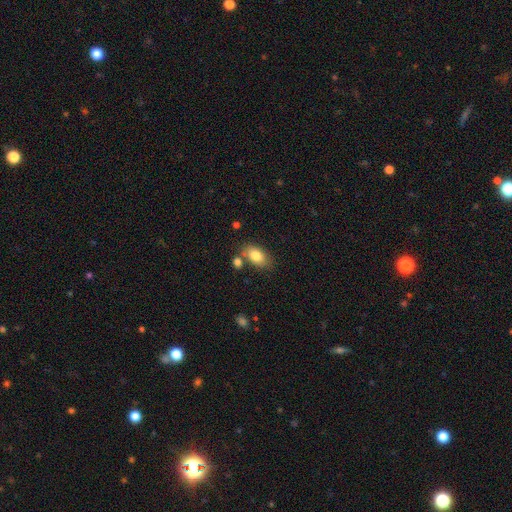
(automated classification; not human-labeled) The model was most divided on "merging": none: 66%, merger: 16%, minor disturbance: 14%, major disturbance: 4%. More confident: how rounded — in between (90%); smooth or featured — smooth (82%).